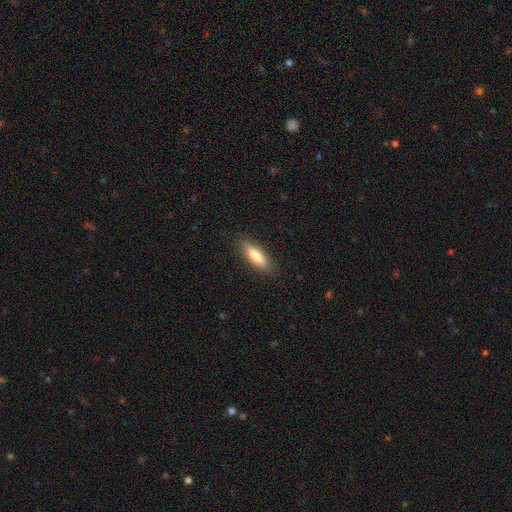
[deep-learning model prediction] Smooth or featured?
  - smooth: 79% *
  - featured or disk: 15%
  - star or artifact: 6%
How rounded?
  - in between: 50% *
  - cigar-shaped: 48%
  - round: 2%
Merging?
  - none: 87% *
  - minor disturbance: 10%
  - major disturbance: 2%
  - merger: 1%